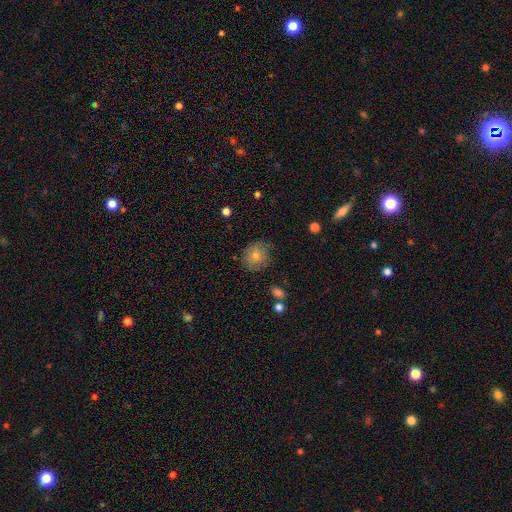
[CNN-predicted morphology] Smooth or featured: smooth — 80% (featured or disk — 11%)
How rounded: round — 75% (in between — 24%)
Merging: none — 77% (minor disturbance — 17%)